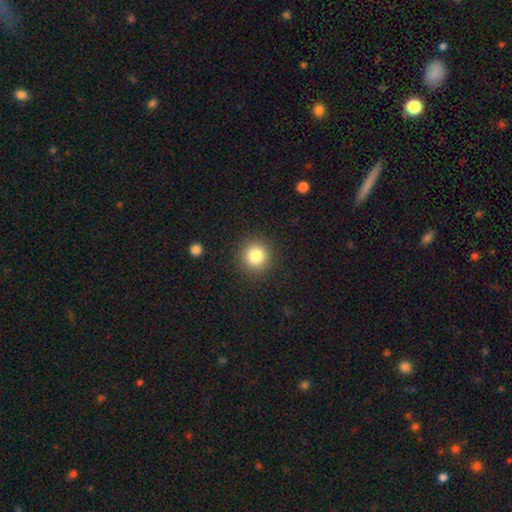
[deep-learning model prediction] This appears to be a smooth galaxy with no disk features (83%) that is round (93%). Merging: none (91%).